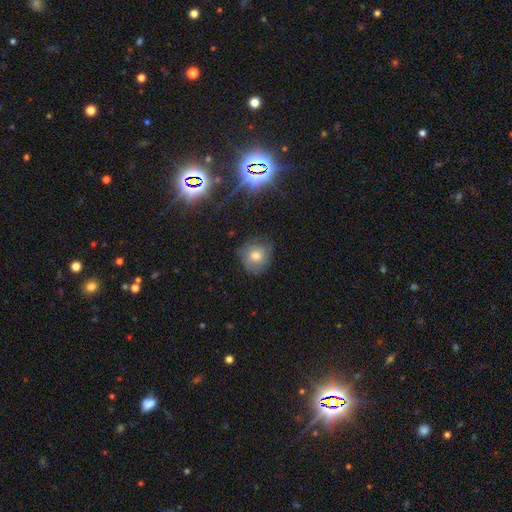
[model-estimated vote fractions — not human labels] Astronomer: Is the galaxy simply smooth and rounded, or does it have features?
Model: smooth — 68%.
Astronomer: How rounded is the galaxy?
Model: round — 88%.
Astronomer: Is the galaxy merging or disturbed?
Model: none — 72%.